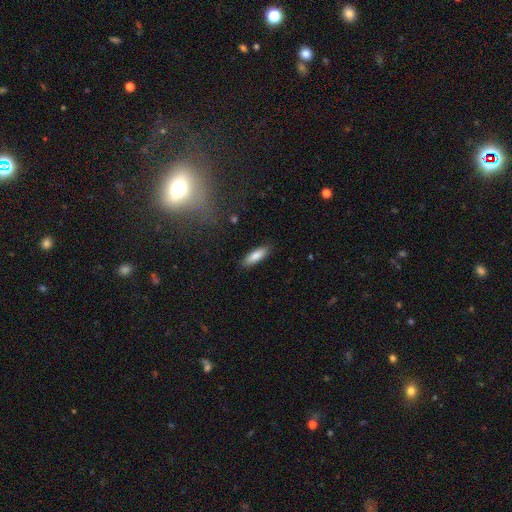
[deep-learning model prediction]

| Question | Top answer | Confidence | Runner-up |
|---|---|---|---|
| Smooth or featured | smooth | 82% | featured or disk (11%) |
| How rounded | in between | 50% | cigar-shaped (48%) |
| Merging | none | 88% | minor disturbance (9%) |